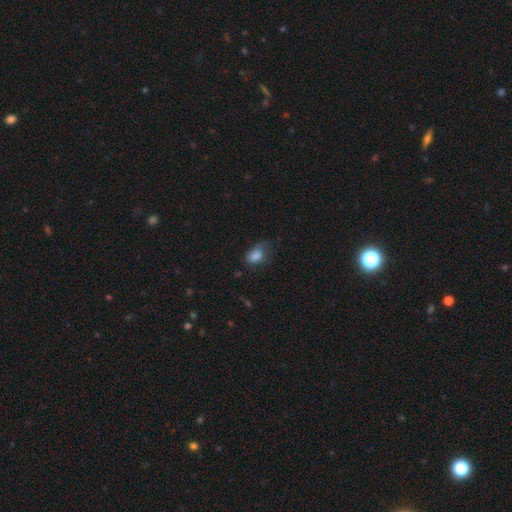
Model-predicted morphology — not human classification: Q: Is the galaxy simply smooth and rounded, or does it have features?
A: smooth — 78%.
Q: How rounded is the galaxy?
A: in between — 83%.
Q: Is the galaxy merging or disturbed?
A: none — 37%.